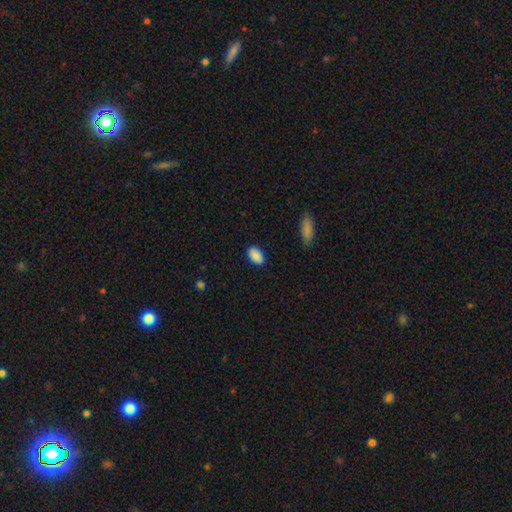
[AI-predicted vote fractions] Overall: smooth (89%). How rounded: in between (92%). Merging: none (86%).